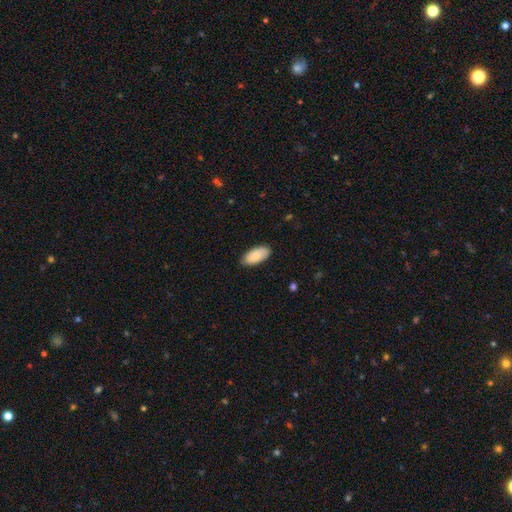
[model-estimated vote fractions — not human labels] A smooth galaxy with no disk features (88%) that is in between round and cigar-shaped (93%).

Vote fractions:
- Smooth or featured? smooth: 88% / featured or disk: 6% / star or artifact: 6%
- How rounded? in between: 93% / cigar-shaped: 6% / round: 2%
- Merging? none: 85% / minor disturbance: 12% / major disturbance: 2% / merger: 1%